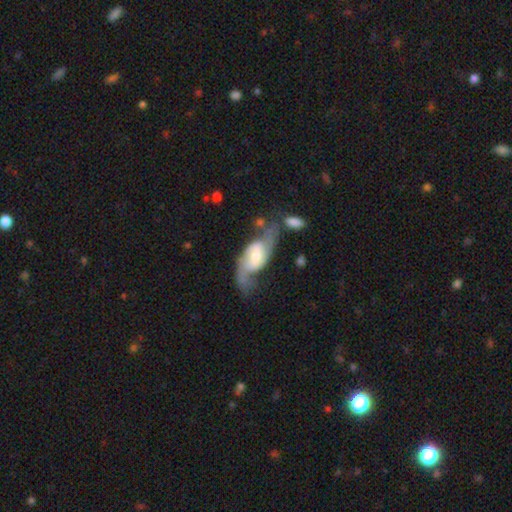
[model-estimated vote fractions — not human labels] smooth-or-featured: featured or disk: 81% | smooth: 14% | star or artifact: 5%
  disk-edge-on: no: 94% | yes: 6%
    bar: weak: 46% | no: 32% | strong: 22%
    has-spiral-arms: yes: 94% | no: 6%
      spiral-winding: loose: 60% | medium: 31% | tight: 9%
      spiral-arm-count: 2: 89% | can't tell: 5% | 1: 4% | 3: 1% | 4: 1% | more than 4: 1%
    bulge-size: moderate: 51% | small: 33% | large: 11% | none: 3% | dominant: 2%
  merging: none: 49% | major disturbance: 21% | minor disturbance: 20% | merger: 10%